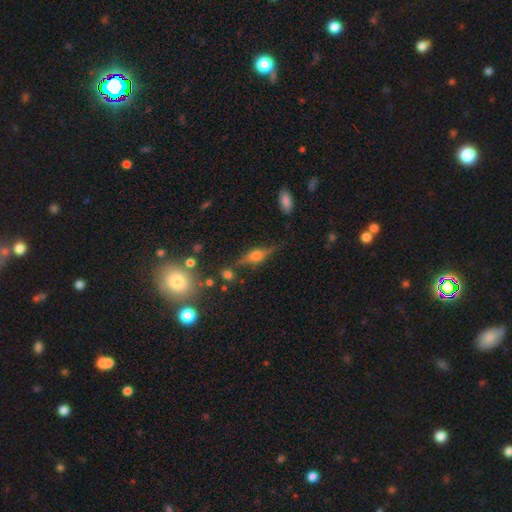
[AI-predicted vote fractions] Smooth or featured: featured or disk — 73% (smooth — 16%)
Edge-on disk: yes — 93% (no — 7%)
Edge-on bulge: rounded — 88% (boxy — 10%)
Merging: none — 77% (minor disturbance — 15%)